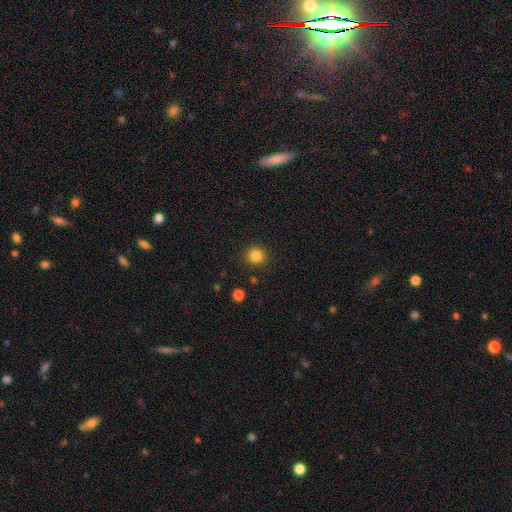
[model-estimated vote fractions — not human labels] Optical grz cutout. It shows a smooth galaxy with no disk features (84%) that is round (93%). Merging: none (90%).